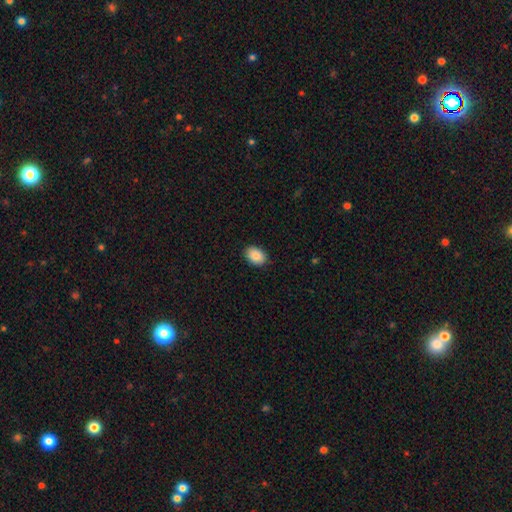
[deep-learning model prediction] smooth 89%, star or artifact 7%, featured or disk 4%. Down the decision tree: how rounded — in between (81%); merging — none (89%).